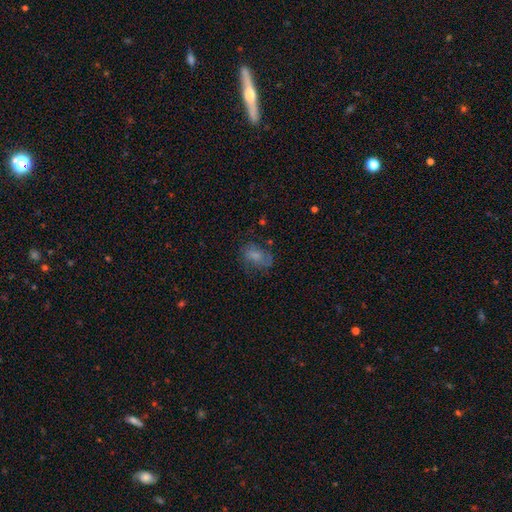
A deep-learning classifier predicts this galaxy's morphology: Smooth or featured: smooth — 61% (featured or disk — 27%)
How rounded: in between — 79% (round — 19%)
Merging: none — 54% (minor disturbance — 25%)